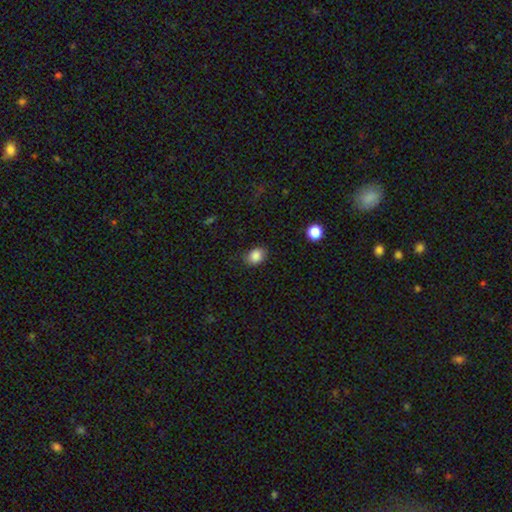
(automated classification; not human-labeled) Q: Smooth or featured?
A: smooth (86%); runner-up: star or artifact (9%)
Q: How rounded?
A: in between (61%); runner-up: round (38%)
Q: Merging?
A: none (81%); runner-up: minor disturbance (14%)